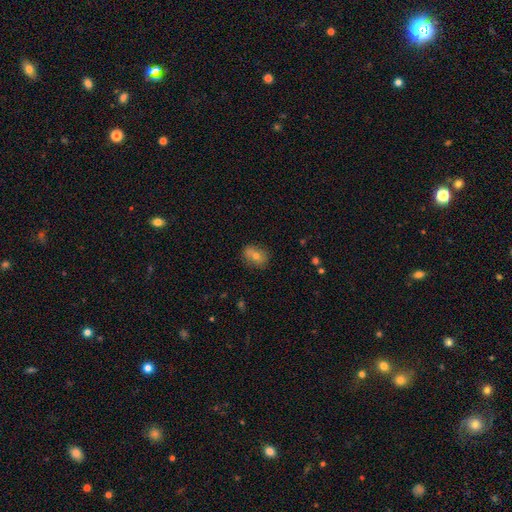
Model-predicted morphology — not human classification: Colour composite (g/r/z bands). It shows a smooth galaxy with no disk features (61%) that is in between round and cigar-shaped (56%). Merging: none (74%).